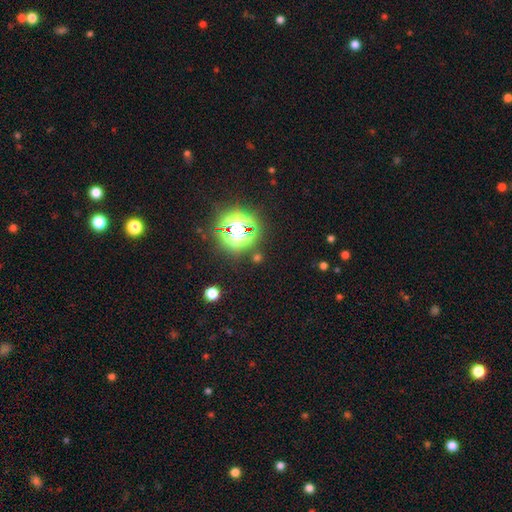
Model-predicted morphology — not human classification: type=star or artifact (74%).